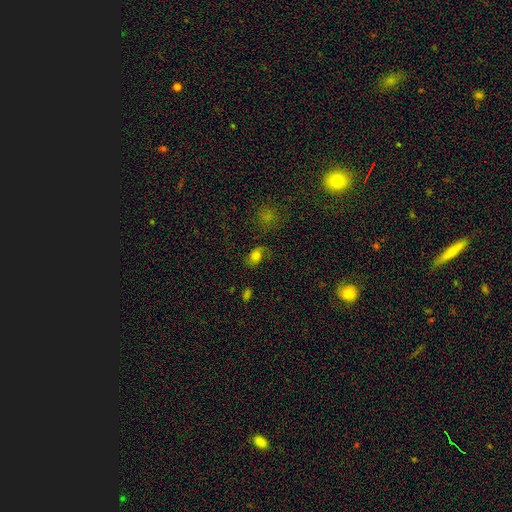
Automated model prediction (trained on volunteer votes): smooth-or-featured: smooth: 59% | featured or disk: 28% | star or artifact: 14%
  how-rounded: in between: 72% | round: 27% | cigar-shaped: 2%
  merging: none: 53% | minor disturbance: 24% | major disturbance: 19% | merger: 3%